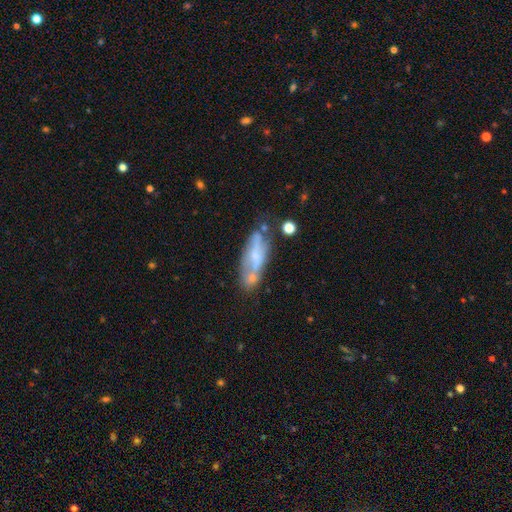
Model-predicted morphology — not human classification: This is possibly a featured or disk galaxy (49%). Merging: marginally none (45%).